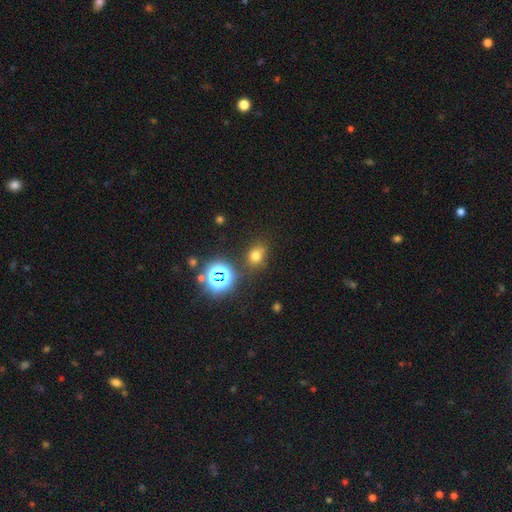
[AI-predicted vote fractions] Smooth or featured? Predicted: smooth (p=0.67). How rounded? Predicted: round (p=0.56). Merging? Predicted: none (p=0.74).